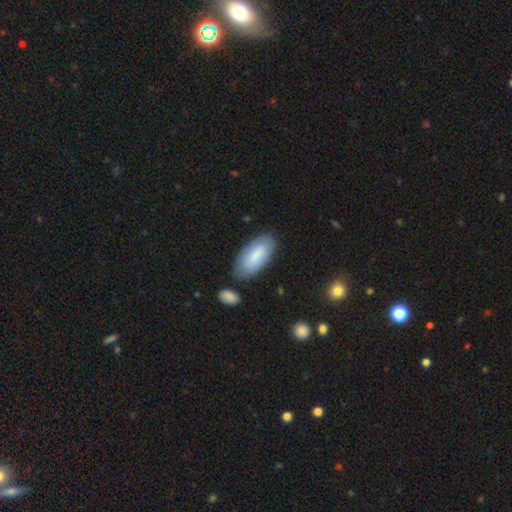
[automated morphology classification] Smooth or featured? Predicted: smooth (p=0.76). How rounded? Predicted: in between (p=0.91). Merging? Predicted: none (p=0.75).